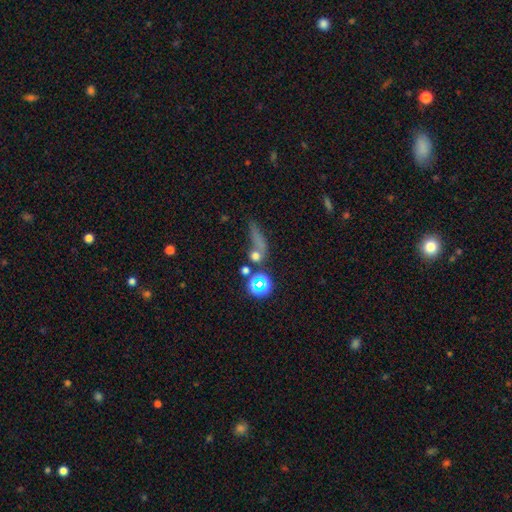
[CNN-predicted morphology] smooth 53%, star or artifact 30%, featured or disk 17%. Down the decision tree: how rounded — round (56%); merging — none (40%).